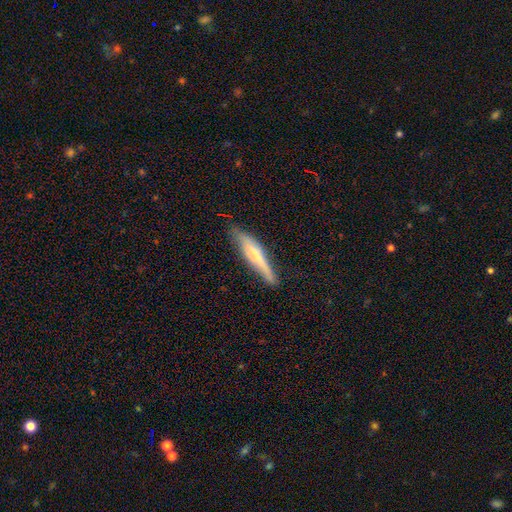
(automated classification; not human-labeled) A smooth galaxy with no disk features (54%) that is cigar-shaped (88%). Merging: none (71%).